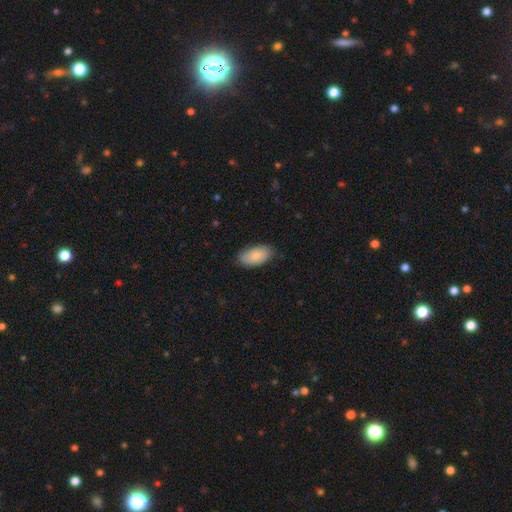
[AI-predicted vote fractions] Morphology: type=smooth (80%); roundness=in between (95%); merging=none (79%).